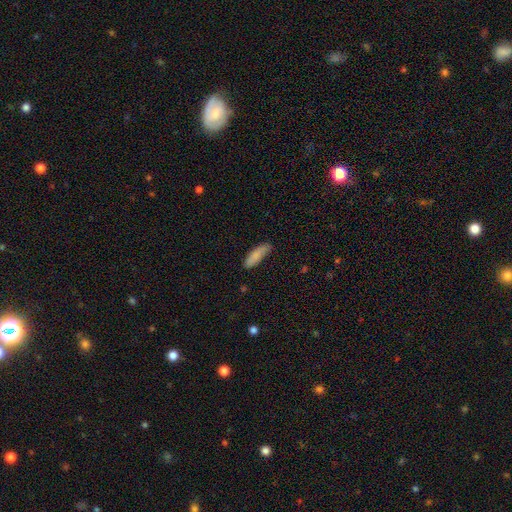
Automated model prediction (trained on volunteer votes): A smooth galaxy with no disk features (86%) that is cigar-shaped (55%).

Vote fractions:
- Smooth or featured? smooth: 86% / featured or disk: 8% / star or artifact: 6%
- How rounded? cigar-shaped: 55% / in between: 43% / round: 2%
- Merging? none: 78% / minor disturbance: 18% / major disturbance: 3% / merger: 2%